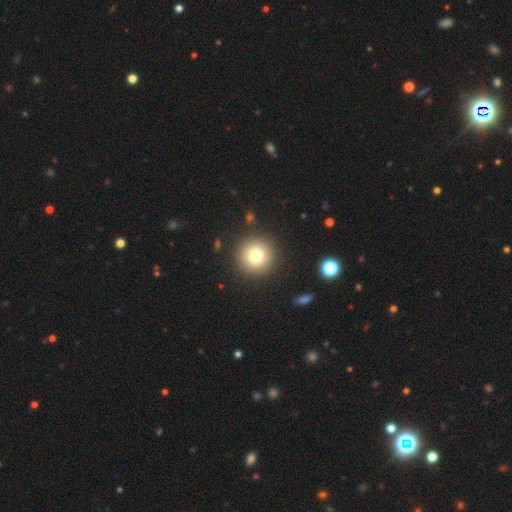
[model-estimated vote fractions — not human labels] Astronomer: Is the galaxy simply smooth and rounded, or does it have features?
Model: smooth — 78%.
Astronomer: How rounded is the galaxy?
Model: round — 95%.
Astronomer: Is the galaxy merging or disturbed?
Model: none — 90%.